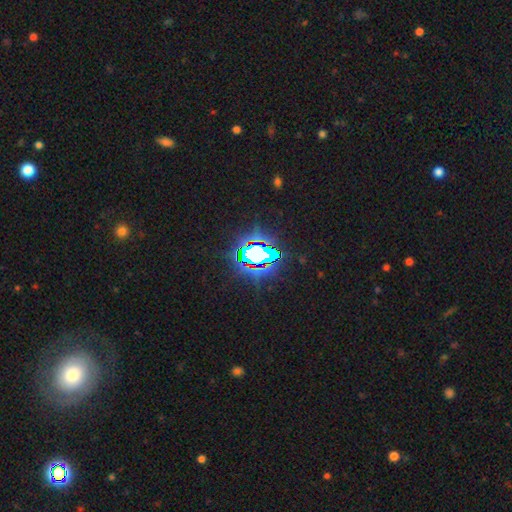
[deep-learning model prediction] Smooth or featured? star or artifact (74%)